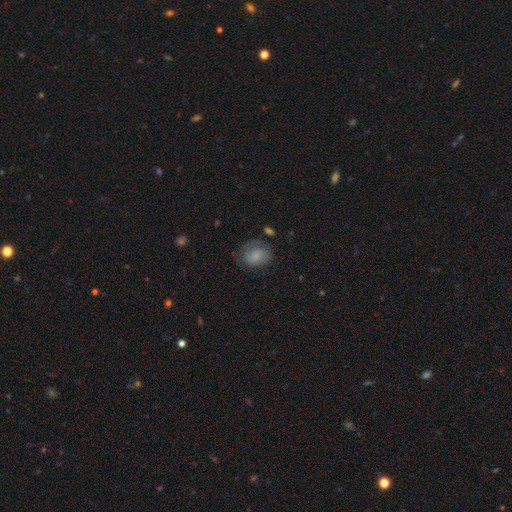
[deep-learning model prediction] This is likely a smooth galaxy (64%). How rounded: possibly round (54%). Merging: possibly none (54%).